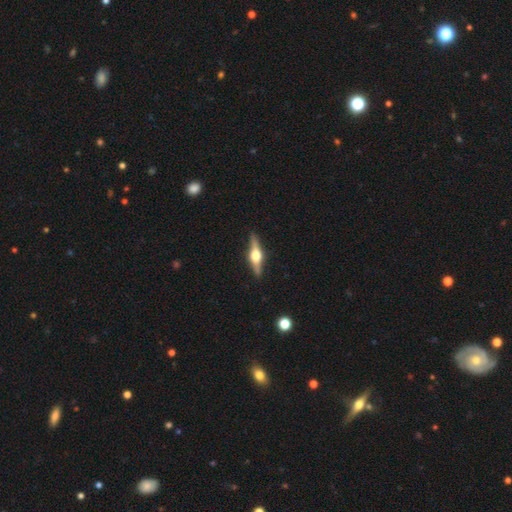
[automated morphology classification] smooth_or_featured: featured or disk (p=0.79) [alt: smooth p=0.16]
disk_edge_on: yes (p=0.97) [alt: no p=0.03]
edge_on_bulge: rounded (p=0.95) [alt: boxy p=0.04]
merging: none (p=0.90) [alt: minor disturbance p=0.07]